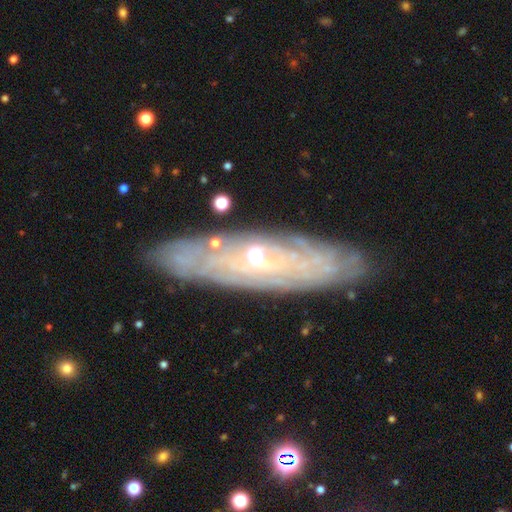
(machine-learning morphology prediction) smooth-or-featured: featured or disk: 82% | smooth: 11% | star or artifact: 7%
  disk-edge-on: no: 70% | yes: 30%
    bar: no: 69% | weak: 22% | strong: 9%
    has-spiral-arms: yes: 81% | no: 19%
    bulge-size: small: 51% | moderate: 45% | large: 2% | none: 1% | dominant: 1%
  merging: none: 85% | minor disturbance: 11% | major disturbance: 3% | merger: 2%